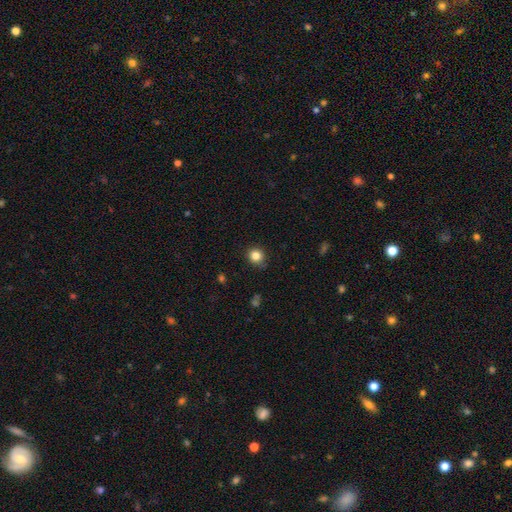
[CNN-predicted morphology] A smooth galaxy with no disk features (84%) that is round (86%).

Vote fractions:
- Smooth or featured? smooth: 84% / star or artifact: 11% / featured or disk: 5%
- How rounded? round: 86% / in between: 13% / cigar-shaped: 1%
- Merging? none: 86% / minor disturbance: 11% / major disturbance: 2% / merger: 1%